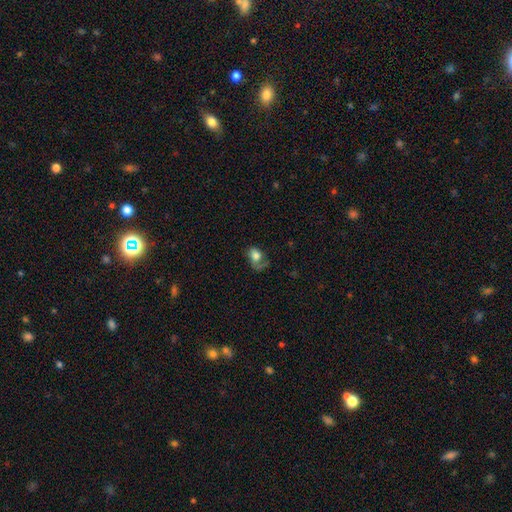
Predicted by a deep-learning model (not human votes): smooth_or_featured: smooth (p=0.62) [alt: featured or disk p=0.29]
how_rounded: in between (p=0.73) [alt: round p=0.25]
merging: major disturbance (p=0.37) [alt: none p=0.34]